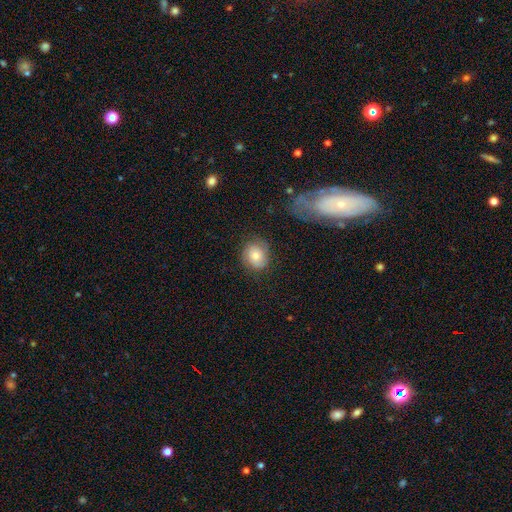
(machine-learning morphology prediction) Overall: smooth (55%; featured or disk 36%). How rounded: round (72%). Merging: none (71%).